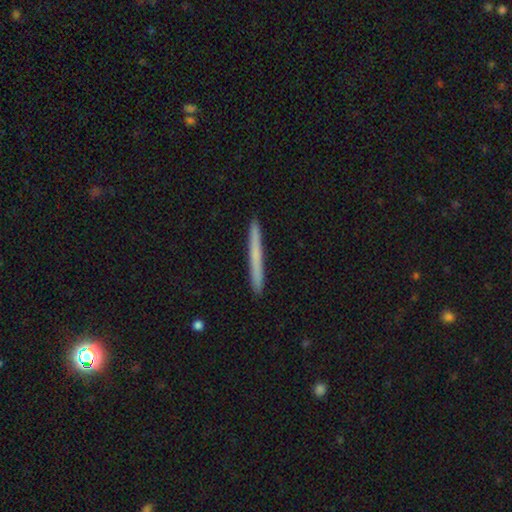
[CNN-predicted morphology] smooth 57%, featured or disk 36%, star or artifact 6%. Down the decision tree: how rounded — cigar-shaped (97%); merging — none (92%).